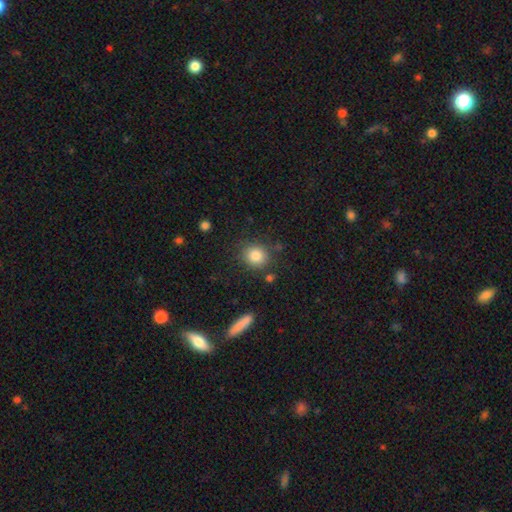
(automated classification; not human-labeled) This appears to be a smooth galaxy with no disk features (83%) that is round (83%). Merging: none (82%).